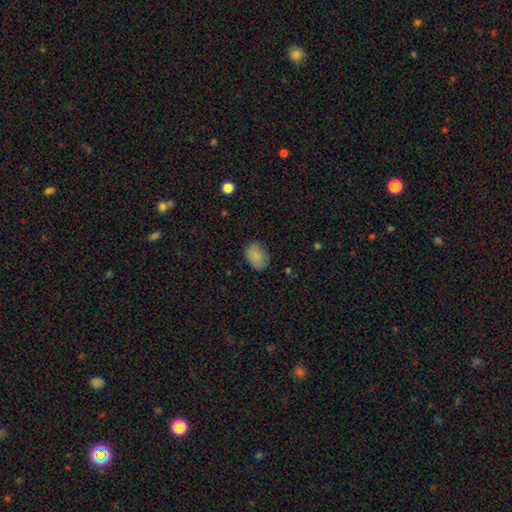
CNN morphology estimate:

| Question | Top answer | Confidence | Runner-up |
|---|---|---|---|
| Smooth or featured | smooth | 87% | star or artifact (8%) |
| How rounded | in between | 73% | round (26%) |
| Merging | none | 80% | minor disturbance (16%) |